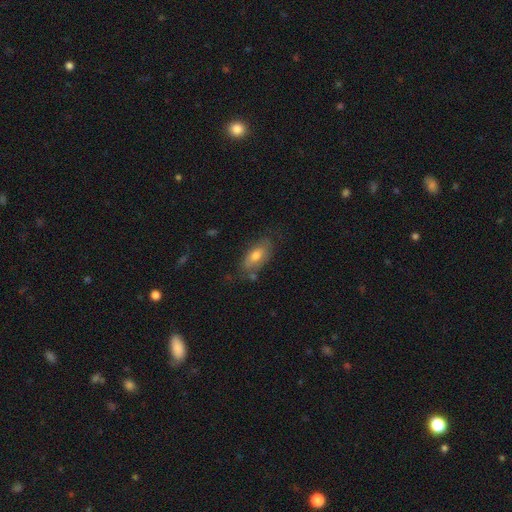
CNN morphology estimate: The model was most divided on "smooth or featured": smooth: 66%, featured or disk: 26%, star or artifact: 8%. More confident: how rounded — in between (86%); merging — none (68%).